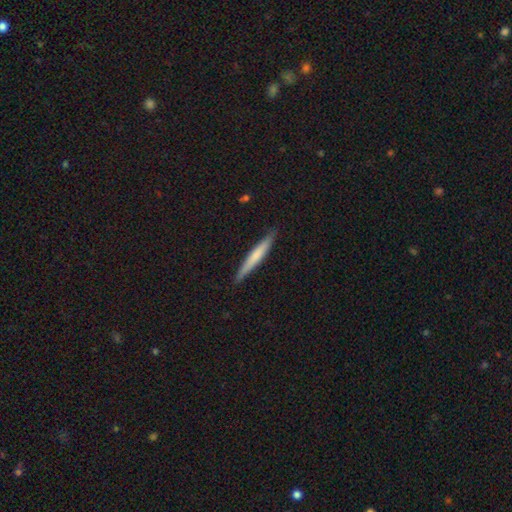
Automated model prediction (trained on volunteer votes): Smooth or featured? smooth (61%)
How rounded? cigar-shaped (96%)
Merging? none (89%)